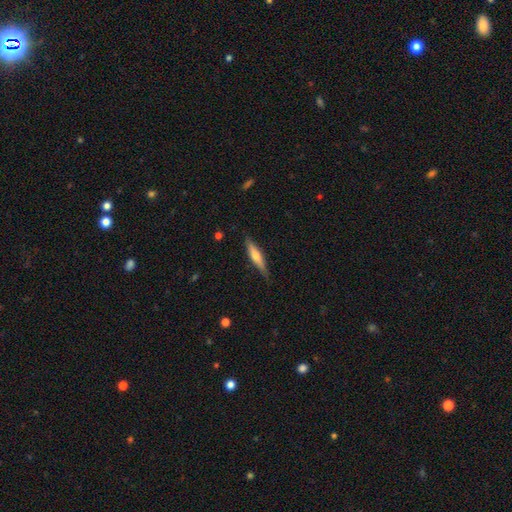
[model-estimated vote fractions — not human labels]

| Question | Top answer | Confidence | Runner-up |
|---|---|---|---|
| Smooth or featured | featured or disk | 52% | smooth (42%) |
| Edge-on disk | yes | 94% | no (6%) |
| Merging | none | 83% | minor disturbance (14%) |